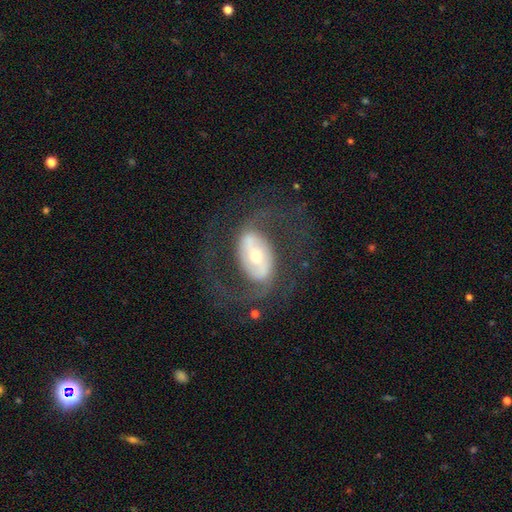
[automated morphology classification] featured or disk 83%, smooth 12%, star or artifact 6%. Down the decision tree: edge-on disk — no (95%); bar — strong (40%); spiral arms — yes (88%); spiral arm count — 2 (89%); spiral winding — medium (49%); bulge size — moderate (46%, tied with small); merging — none (68%).